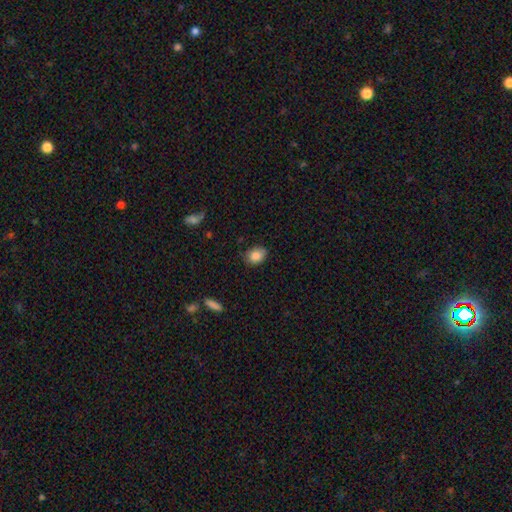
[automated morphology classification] Smooth or featured: smooth — 86% (star or artifact — 9%)
How rounded: in between — 55% (round — 44%)
Merging: none — 75% (minor disturbance — 20%)